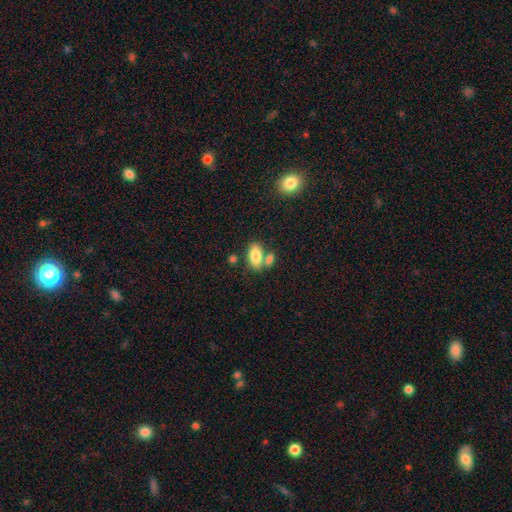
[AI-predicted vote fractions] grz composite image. It shows a smooth galaxy with no disk features (82%) that is in between round and cigar-shaped (90%). Merging: none (52%).